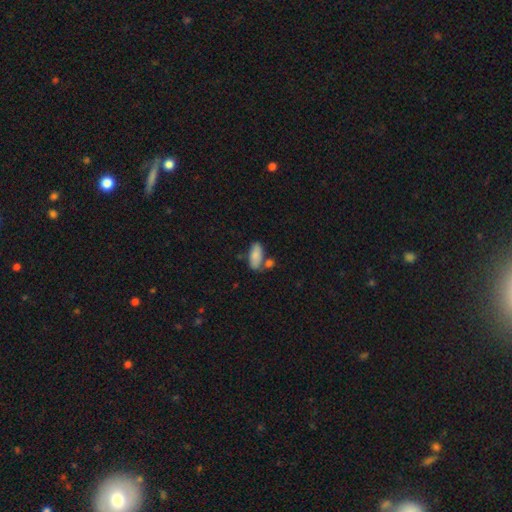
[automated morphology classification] Overall: smooth (82%). How rounded: in between (85%). Merging: none (55%; merger 22%).